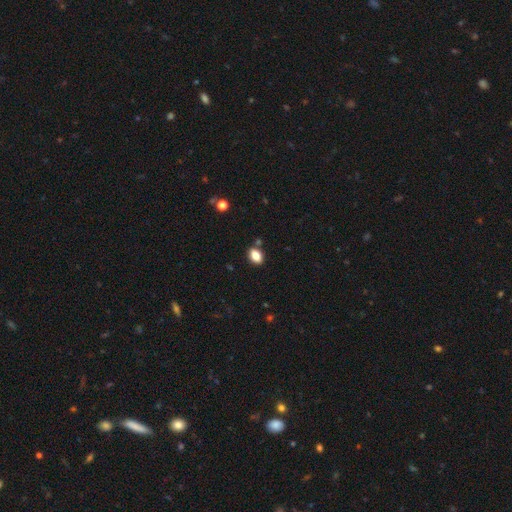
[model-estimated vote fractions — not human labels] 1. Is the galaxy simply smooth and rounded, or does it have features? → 84% smooth, 9% star or artifact, 6% featured or disk.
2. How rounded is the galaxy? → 80% in between, 18% round, 1% cigar-shaped.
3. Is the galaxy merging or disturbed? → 82% none, 10% minor disturbance, 5% merger, 2% major disturbance.